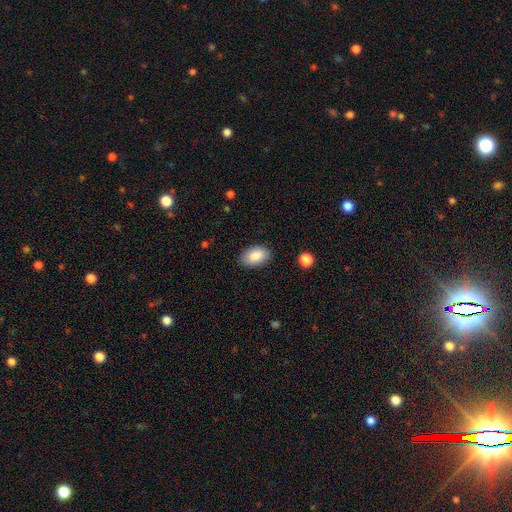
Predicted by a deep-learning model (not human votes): smooth_or_featured: smooth (p=0.87) [alt: star or artifact p=0.07]
how_rounded: in between (p=0.92) [alt: round p=0.06]
merging: none (p=0.85) [alt: minor disturbance p=0.11]